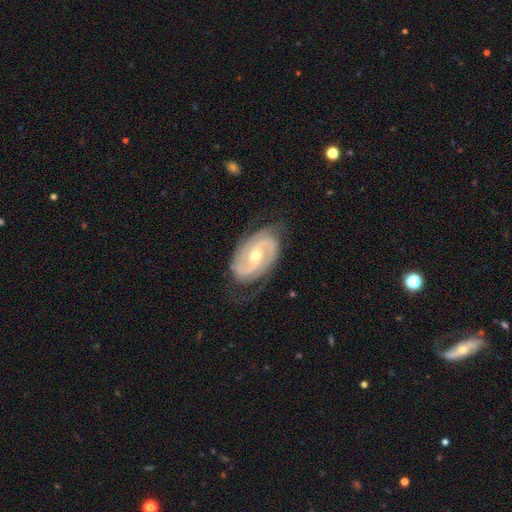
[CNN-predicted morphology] This appears to be a featured or disk galaxy (91%) with a weak bar (40%), 2 (77%) tight (58%) spiral arms (98%) and a moderate central bulge (62%). Merging: none (75%).